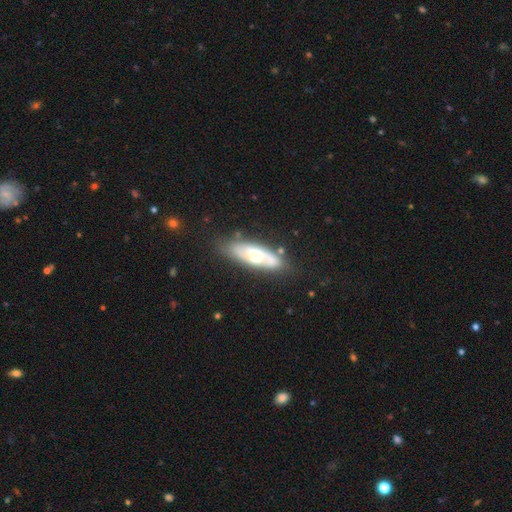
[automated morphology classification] Overall: featured or disk (60%; smooth 35%). Edge-on disk: no (70%). Merging: none (74%).